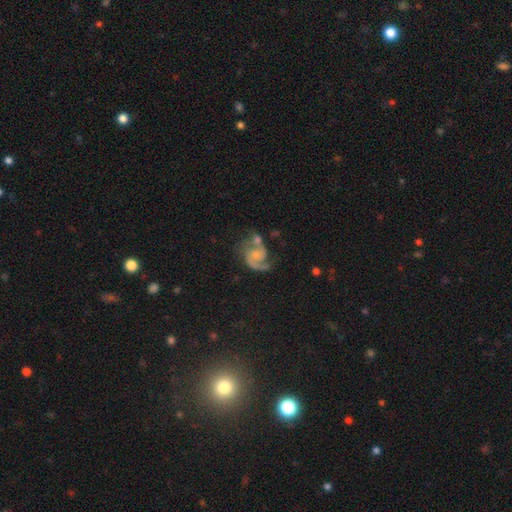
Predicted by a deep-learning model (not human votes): Q: Smooth or featured?
A: featured or disk (84%); runner-up: smooth (10%)
Q: Edge-on disk?
A: no (98%); runner-up: yes (2%)
Q: Bar?
A: no (66%); runner-up: weak (29%)
Q: Spiral arms?
A: yes (95%); runner-up: no (5%)
Q: Spiral winding?
A: medium (51%); runner-up: loose (25%)
Q: Spiral arm count?
A: 2 (73%); runner-up: 1 (18%)
Q: Bulge size?
A: small (42%); runner-up: moderate (32%)
Q: Merging?
A: none (41%); runner-up: merger (21%)